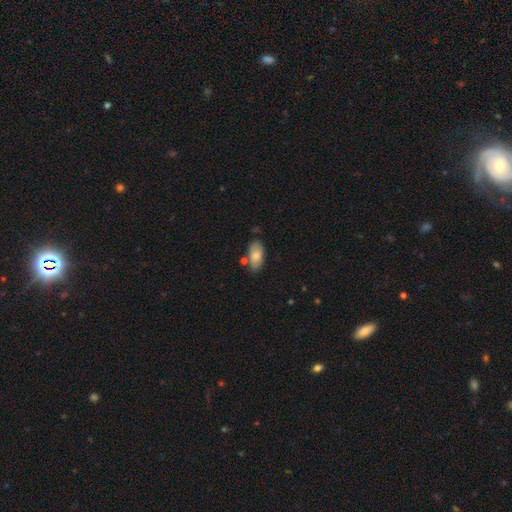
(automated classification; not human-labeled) smooth_or_featured: smooth (p=0.79) [alt: featured or disk p=0.15]
how_rounded: in between (p=0.92) [alt: cigar-shaped p=0.05]
merging: none (p=0.72) [alt: minor disturbance p=0.17]